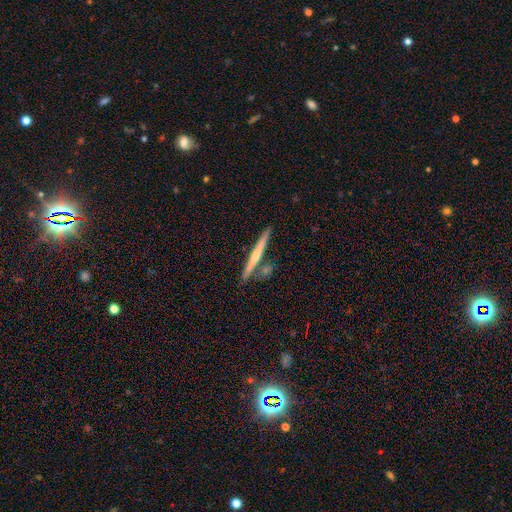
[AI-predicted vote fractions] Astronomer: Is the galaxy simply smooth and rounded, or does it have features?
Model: featured or disk — 52% (runner-up: smooth, 42%).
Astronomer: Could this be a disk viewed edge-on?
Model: yes — 96%.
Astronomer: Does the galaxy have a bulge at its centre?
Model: none — 52% (runner-up: rounded, 40%).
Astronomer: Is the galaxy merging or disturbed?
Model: none — 77%.